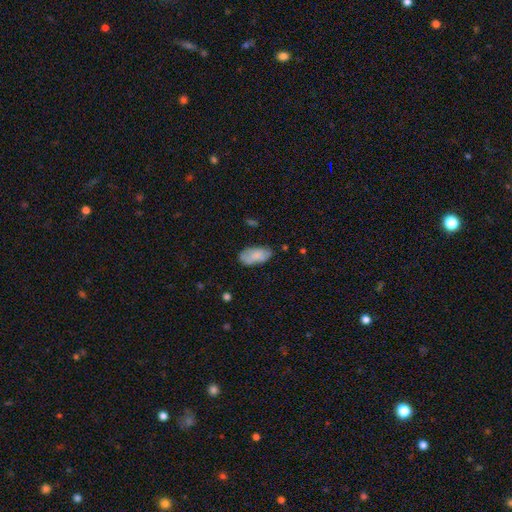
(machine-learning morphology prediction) The model was most divided on "merging": none: 64%, minor disturbance: 25%, major disturbance: 8%, merger: 3%. More confident: how rounded — in between (93%); smooth or featured — smooth (74%).